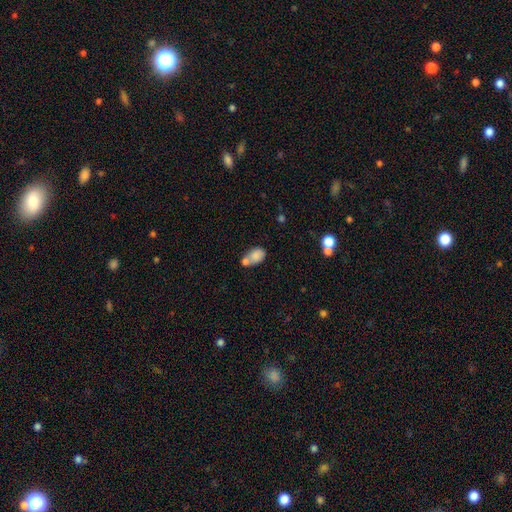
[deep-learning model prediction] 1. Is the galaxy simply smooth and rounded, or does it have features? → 79% smooth, 12% featured or disk, 9% star or artifact.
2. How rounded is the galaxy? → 78% in between, 20% round, 2% cigar-shaped.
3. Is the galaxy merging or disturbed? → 45% merger, 35% none, 14% minor disturbance, 6% major disturbance.